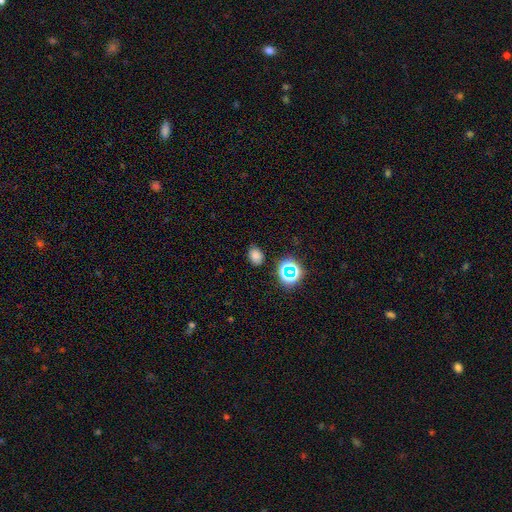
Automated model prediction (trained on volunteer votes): Smooth or featured: smooth — 74% (star or artifact — 20%)
How rounded: in between — 63% (round — 36%)
Merging: none — 81% (minor disturbance — 13%)